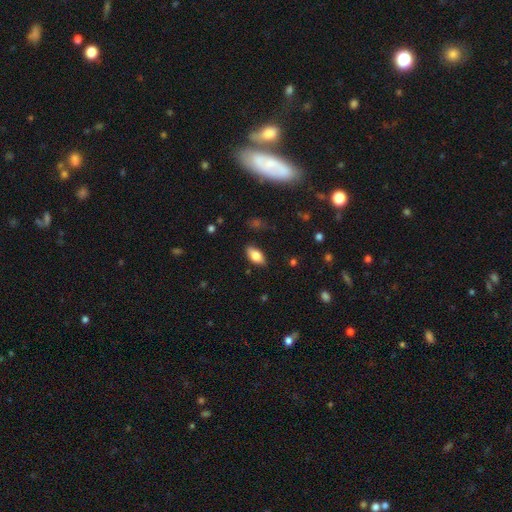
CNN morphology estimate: Overall: smooth (80%). How rounded: in between (90%). Merging: none (85%).